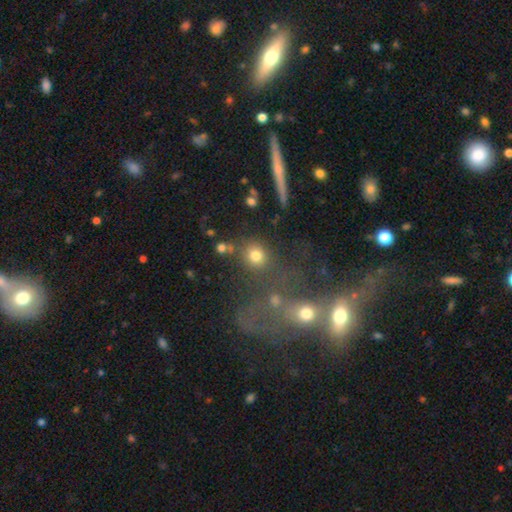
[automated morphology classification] smooth-or-featured: smooth: 76% | star or artifact: 15% | featured or disk: 9%
  how-rounded: round: 85% | in between: 13% | cigar-shaped: 2%
  merging: none: 72% | merger: 13% | minor disturbance: 10% | major disturbance: 6%